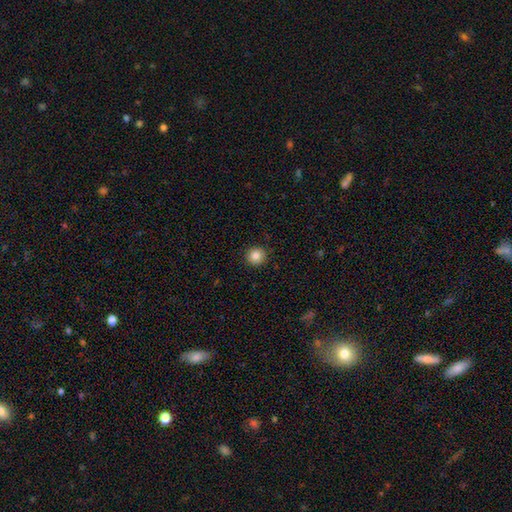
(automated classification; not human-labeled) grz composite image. It shows a smooth galaxy with no disk features (85%) that is round (93%). Merging: none (92%).